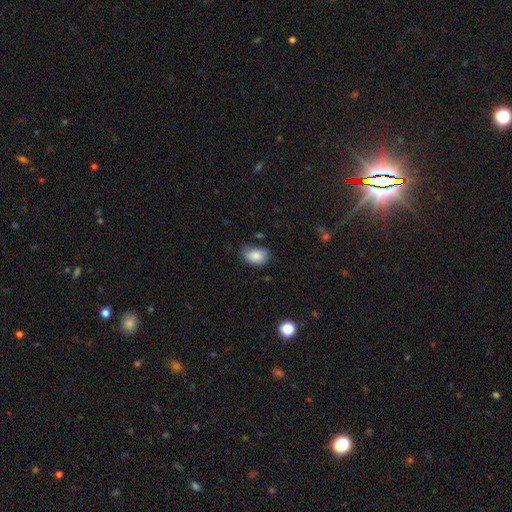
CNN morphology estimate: A smooth galaxy with no disk features (86%) that is in between round and cigar-shaped (84%). Merging: none (64%).